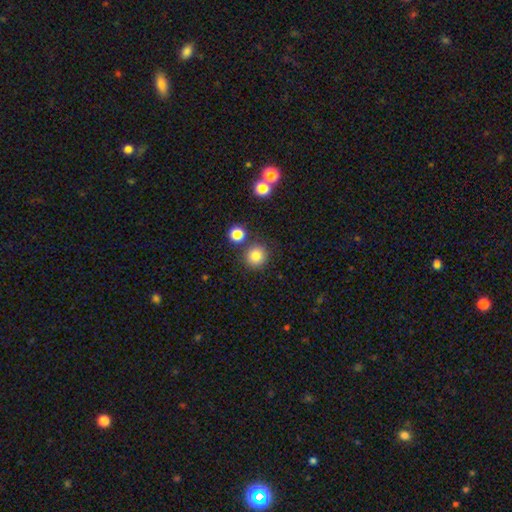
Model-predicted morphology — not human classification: Smooth or featured?
  - smooth: 82% *
  - star or artifact: 12%
  - featured or disk: 6%
How rounded?
  - round: 93% *
  - in between: 6%
  - cigar-shaped: 1%
Merging?
  - none: 81% *
  - merger: 9%
  - minor disturbance: 8%
  - major disturbance: 3%